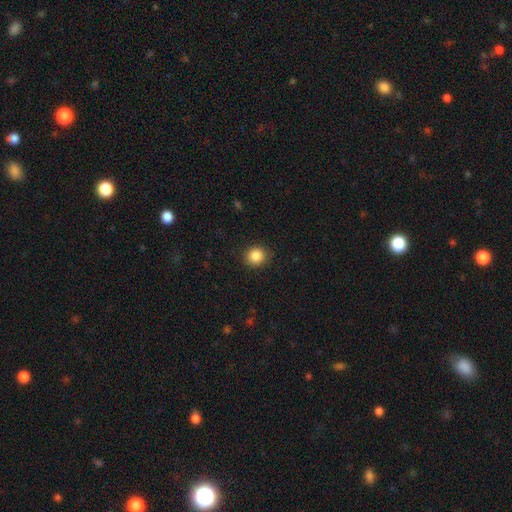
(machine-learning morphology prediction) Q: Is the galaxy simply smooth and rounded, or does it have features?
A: smooth — 87%.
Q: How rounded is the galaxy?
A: round — 83%.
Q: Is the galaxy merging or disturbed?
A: none — 89%.